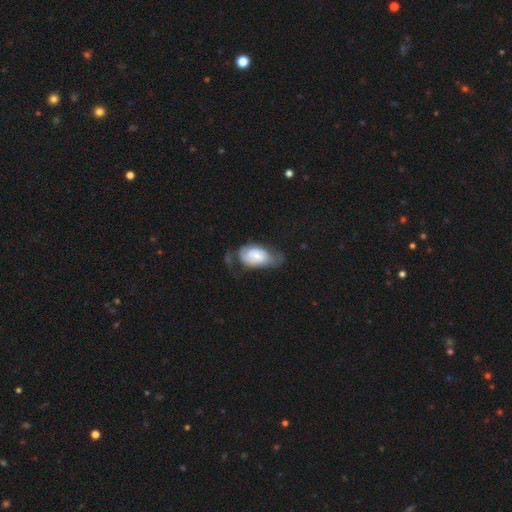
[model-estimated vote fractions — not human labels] A featured or disk galaxy (48%). Merging: none (35%).